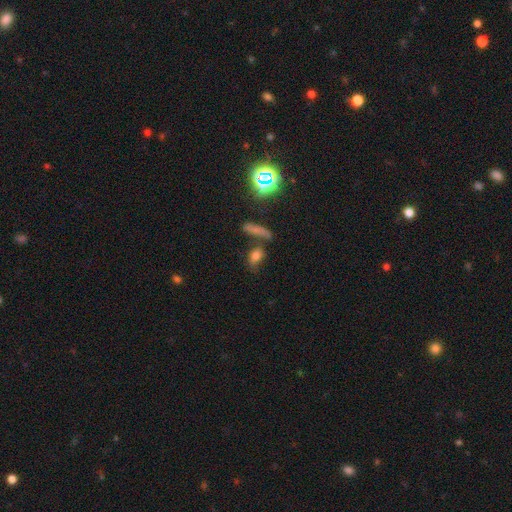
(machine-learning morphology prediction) A smooth galaxy with no disk features (70%) that is in between round and cigar-shaped (74%). Merging: none (57%).